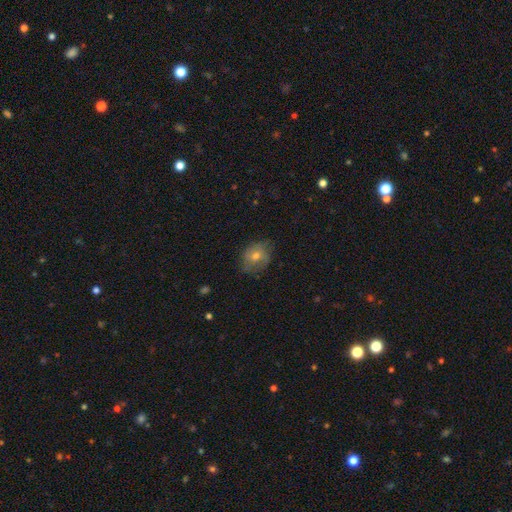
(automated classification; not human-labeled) This appears to be a smooth galaxy with no disk features (55%) that is round (59%). Merging: none (69%).